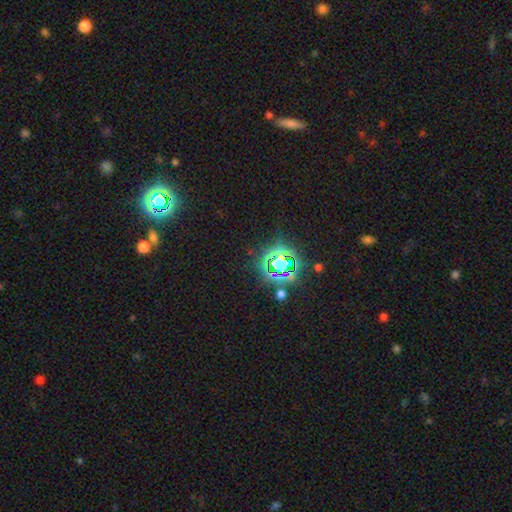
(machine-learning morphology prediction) A star or artifact, not a galaxy (80%).